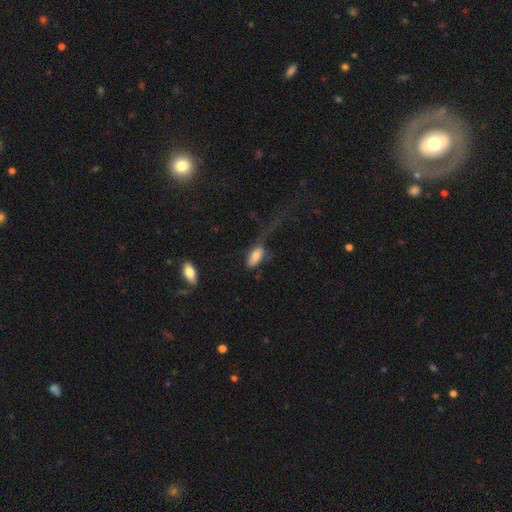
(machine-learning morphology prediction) Smooth or featured? Predicted: smooth (p=0.78). How rounded? Predicted: in between (p=0.87). Merging? Predicted: major disturbance (p=0.49).